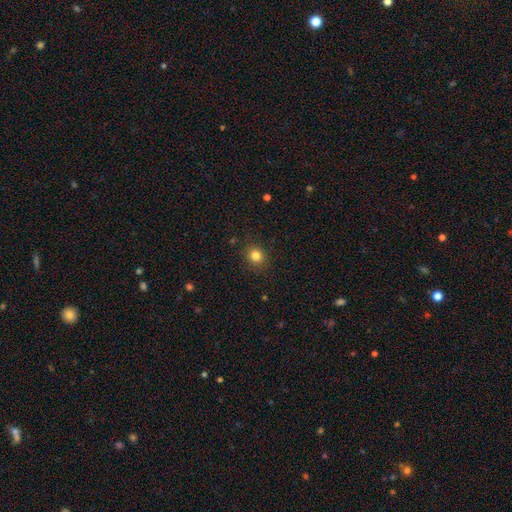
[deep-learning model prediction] Smooth or featured?
  - smooth: 82% *
  - star or artifact: 12%
  - featured or disk: 6%
How rounded?
  - round: 83% *
  - in between: 16%
  - cigar-shaped: 1%
Merging?
  - none: 89% *
  - minor disturbance: 8%
  - major disturbance: 2%
  - merger: 1%